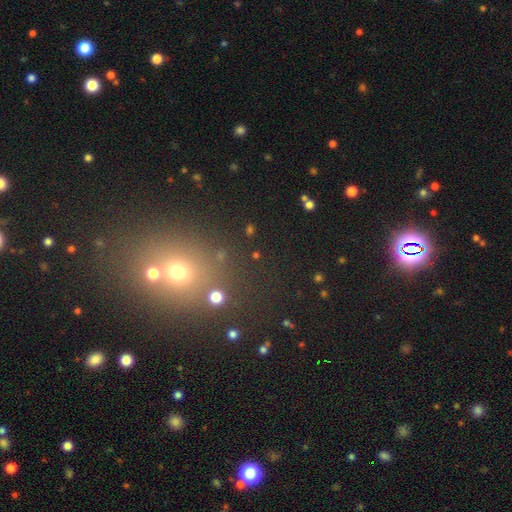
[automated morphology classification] Q: Smooth or featured?
A: smooth (46%); runner-up: star or artifact (45%)
Q: Merging?
A: none (76%); runner-up: merger (10%)